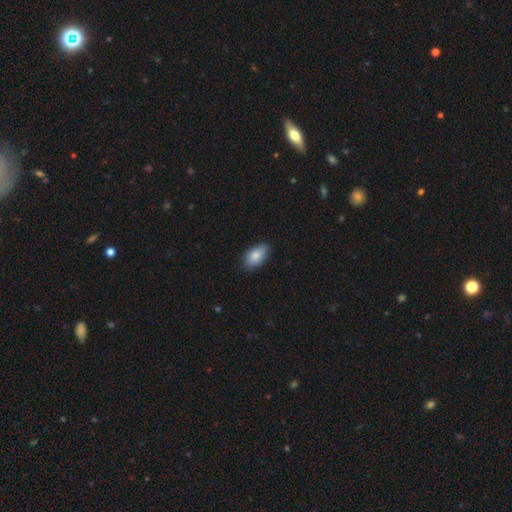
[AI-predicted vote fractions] smooth_or_featured: smooth (p=0.84) [alt: featured or disk p=0.09]
how_rounded: in between (p=0.92) [alt: round p=0.05]
merging: none (p=0.80) [alt: minor disturbance p=0.17]